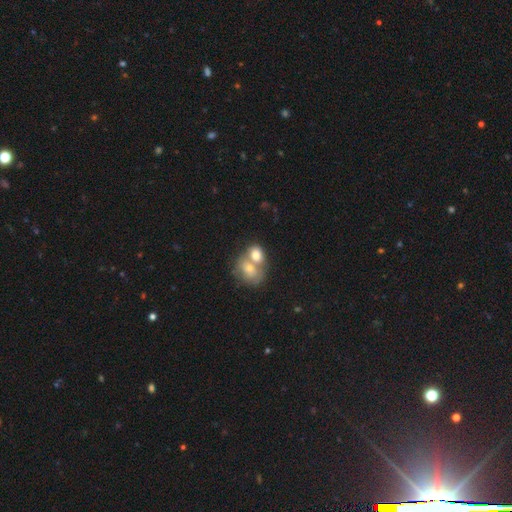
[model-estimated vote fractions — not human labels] This is likely a smooth galaxy (71%). How rounded: possibly in between (59%). Merging: likely merger (69%).